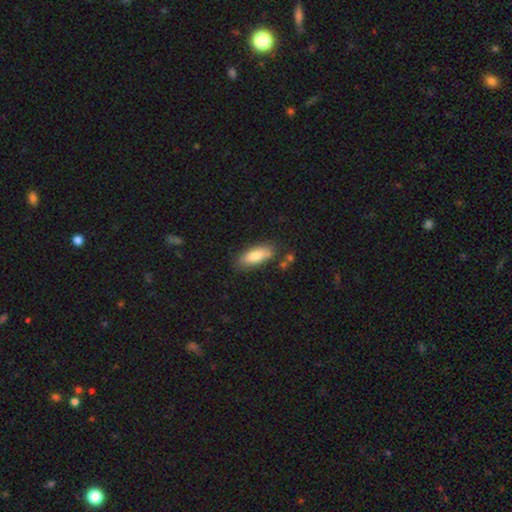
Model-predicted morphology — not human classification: The model was most divided on "how rounded": in between: 75%, cigar-shaped: 22%, round: 2%. More confident: smooth or featured — smooth (78%); merging — none (76%).